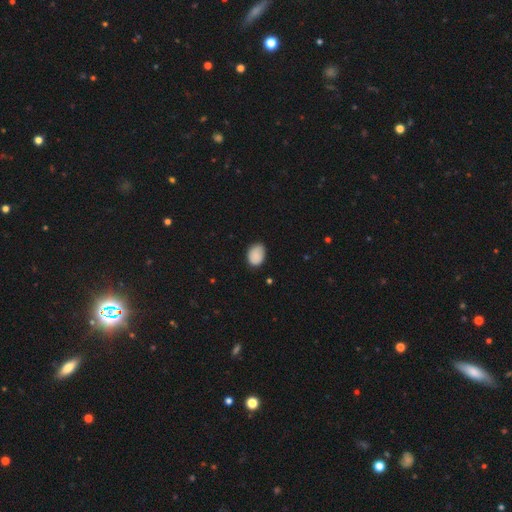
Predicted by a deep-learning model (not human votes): Smooth or featured: smooth — 88% (star or artifact — 8%)
How rounded: in between — 71% (round — 28%)
Merging: none — 74% (minor disturbance — 21%)